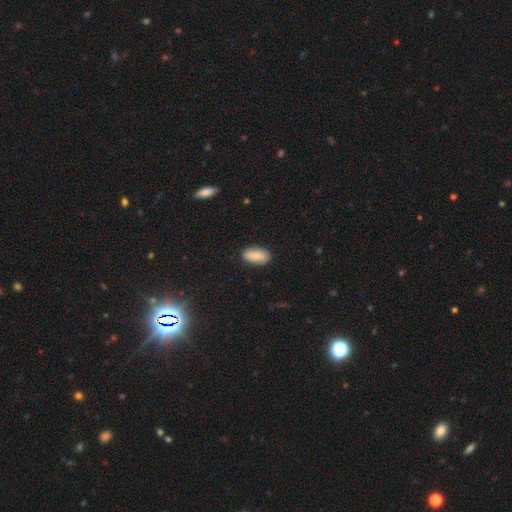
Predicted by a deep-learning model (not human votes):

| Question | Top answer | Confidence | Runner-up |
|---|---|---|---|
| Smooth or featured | smooth | 85% | featured or disk (9%) |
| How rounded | in between | 89% | cigar-shaped (9%) |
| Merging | none | 86% | minor disturbance (10%) |